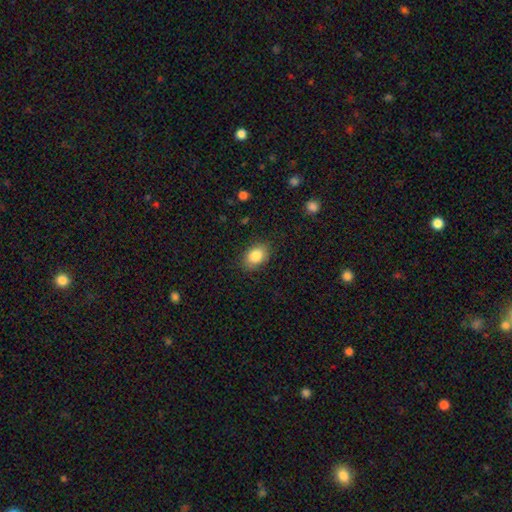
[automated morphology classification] This is clearly a smooth galaxy (85%). How rounded: likely in between (78%). Merging: clearly none (84%).